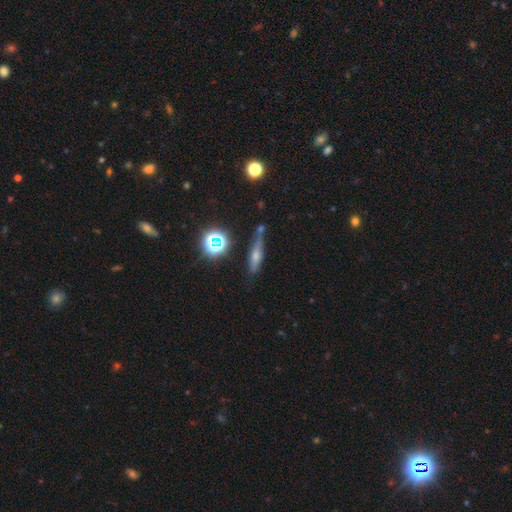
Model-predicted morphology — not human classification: The model was most divided on "smooth or featured": featured or disk: 46%, smooth: 33%, star or artifact: 20%. More confident: merging — none (74%).